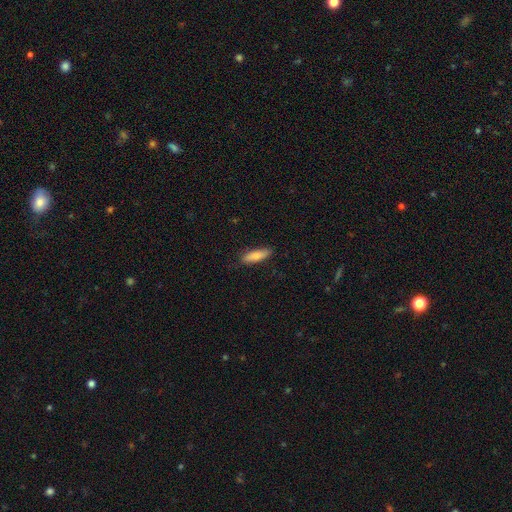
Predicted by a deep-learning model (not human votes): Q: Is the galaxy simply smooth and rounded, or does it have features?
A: smooth — 80%.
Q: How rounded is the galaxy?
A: cigar-shaped — 57%.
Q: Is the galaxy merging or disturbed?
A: none — 85%.